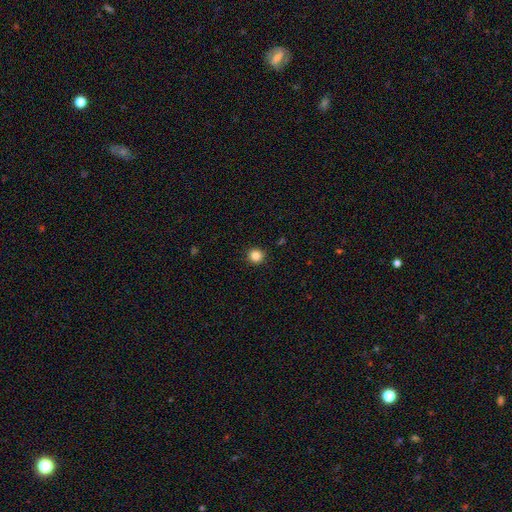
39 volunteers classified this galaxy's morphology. Q: Smooth or featured?
A: smooth (85%); runner-up: star or artifact (10%)
Q: How rounded?
A: round (97%); runner-up: in between (3%)
Q: Merging?
A: none (100%)